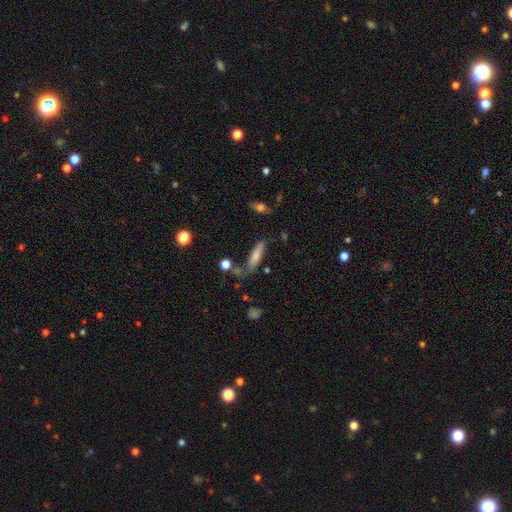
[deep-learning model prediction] Q: Smooth or featured?
A: smooth (71%); runner-up: featured or disk (21%)
Q: How rounded?
A: cigar-shaped (69%); runner-up: in between (29%)
Q: Merging?
A: none (55%); runner-up: minor disturbance (24%)